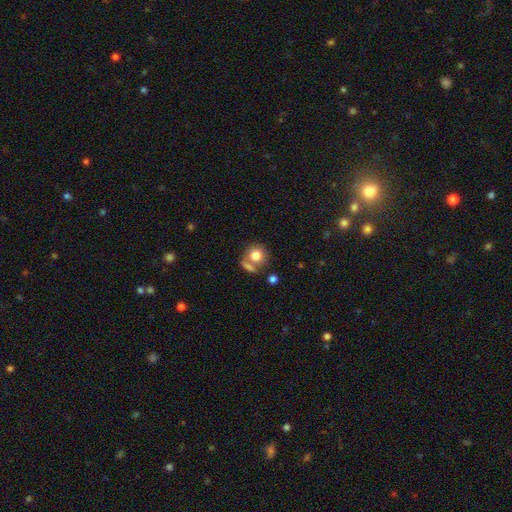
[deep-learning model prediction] smooth 78%, featured or disk 12%, star or artifact 9%. Down the decision tree: how rounded — round (83%); merging — none (54%).